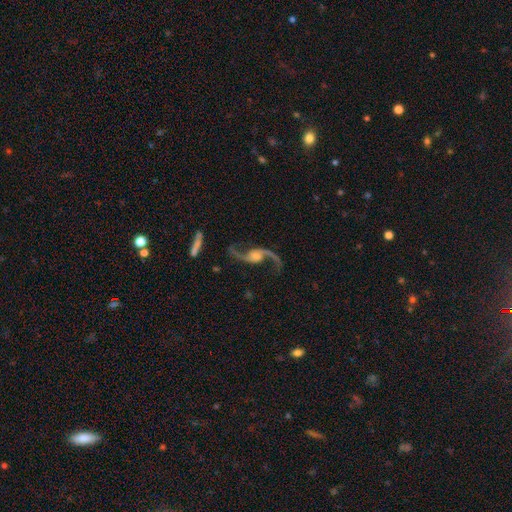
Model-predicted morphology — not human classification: A featured or disk galaxy (92%) with no bar (60%), 2 (94%) loose (88%) spiral arms (98%) and a moderate central bulge (40%). Merging: none (76%).